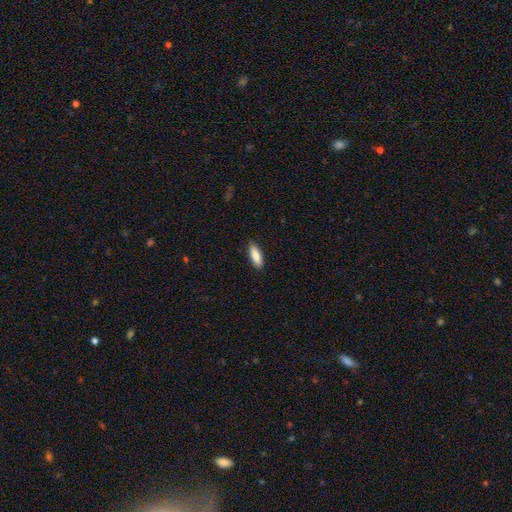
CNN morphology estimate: Overall: smooth (88%). How rounded: in between (64%; cigar-shaped 35%). Merging: none (87%).